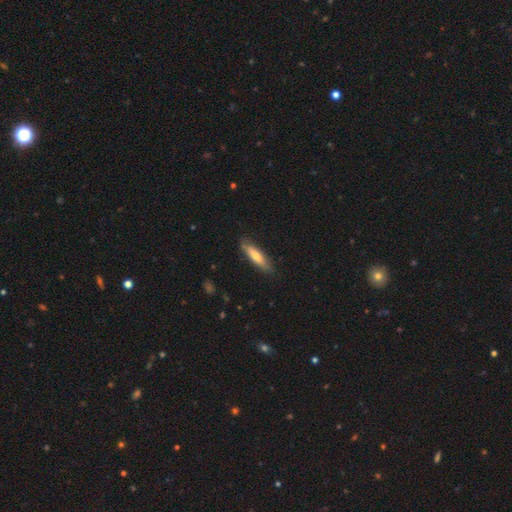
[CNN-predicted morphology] Smooth or featured? smooth (66%)
How rounded? cigar-shaped (71%)
Merging? none (83%)